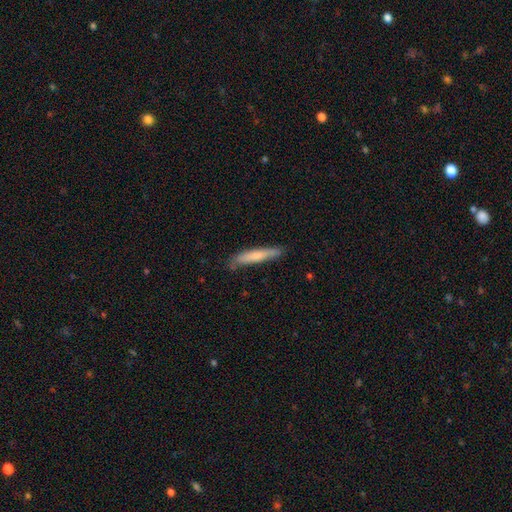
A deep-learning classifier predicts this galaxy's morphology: type=smooth (69%); roundness=cigar-shaped (92%); merging=none (80%).